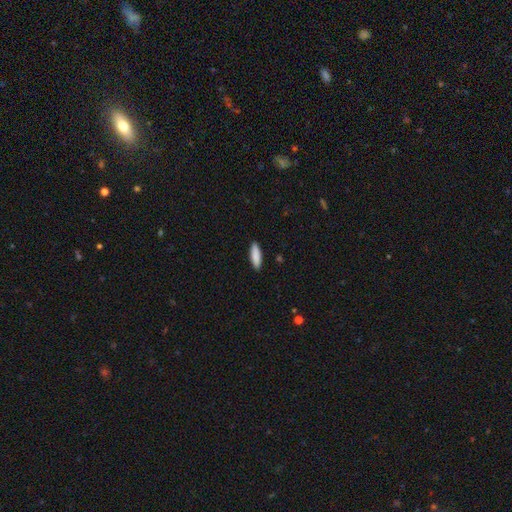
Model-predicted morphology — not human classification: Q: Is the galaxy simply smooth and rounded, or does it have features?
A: smooth — 88%.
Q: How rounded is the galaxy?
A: cigar-shaped — 54%.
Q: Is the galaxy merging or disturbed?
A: none — 90%.